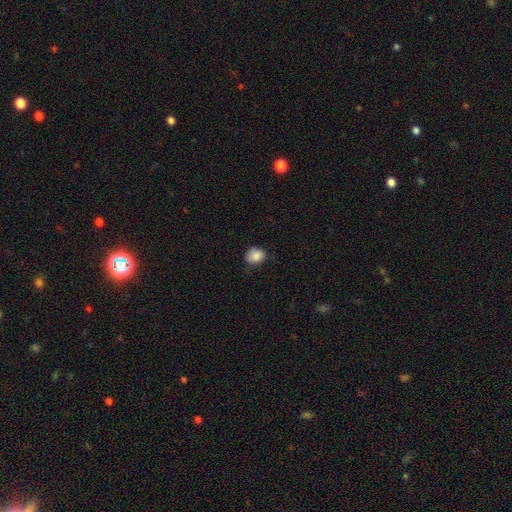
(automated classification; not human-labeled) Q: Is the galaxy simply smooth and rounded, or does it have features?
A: smooth — 87%.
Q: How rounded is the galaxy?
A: round — 58%.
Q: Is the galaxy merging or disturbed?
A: none — 66%.